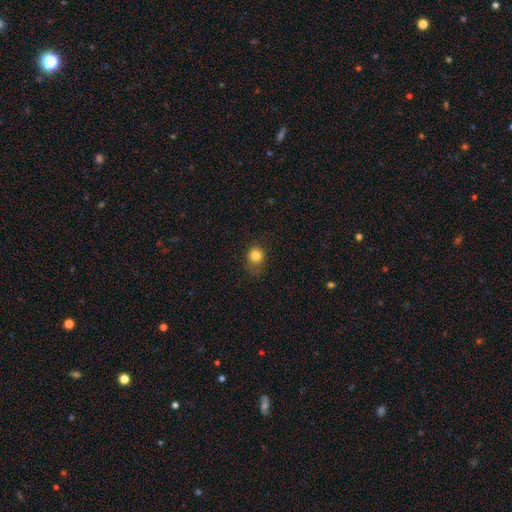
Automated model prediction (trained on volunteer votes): Smooth or featured? smooth (82%)
How rounded? round (80%)
Merging? none (71%)